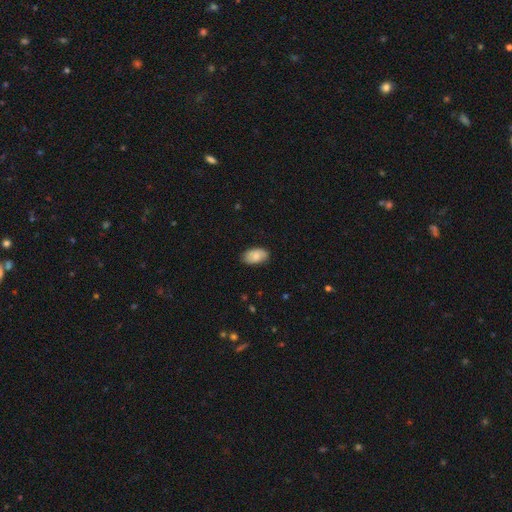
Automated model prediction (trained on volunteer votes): smooth-or-featured: smooth: 81% | featured or disk: 13% | star or artifact: 7%
  how-rounded: in between: 94% | round: 5% | cigar-shaped: 1%
  merging: none: 83% | minor disturbance: 13% | major disturbance: 2% | merger: 1%